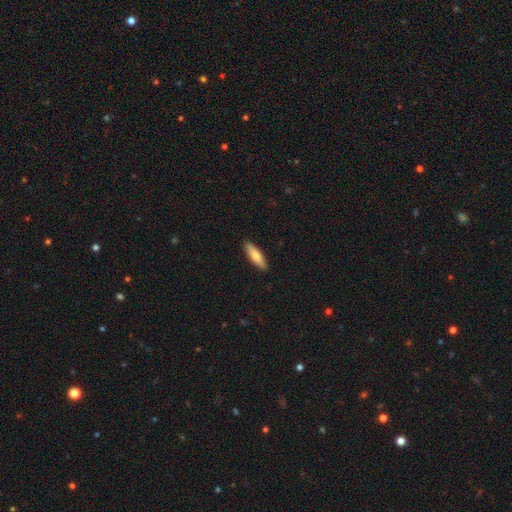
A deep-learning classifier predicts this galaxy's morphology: The model was most divided on "how rounded": cigar-shaped: 61%, in between: 38%, round: 2%. More confident: merging — none (90%); smooth or featured — smooth (77%).